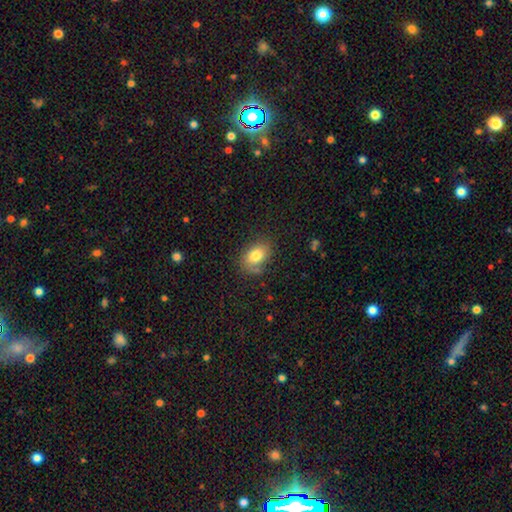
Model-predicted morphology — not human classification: smooth_or_featured: smooth (p=0.78) [alt: featured or disk p=0.13]
how_rounded: in between (p=0.80) [alt: round p=0.19]
merging: none (p=0.71) [alt: minor disturbance p=0.20]